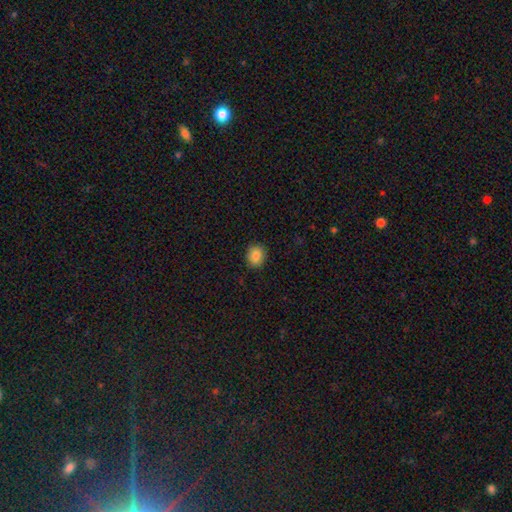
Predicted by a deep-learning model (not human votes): Morphology: type=smooth (85%); roundness=round (65%); merging=none (88%).